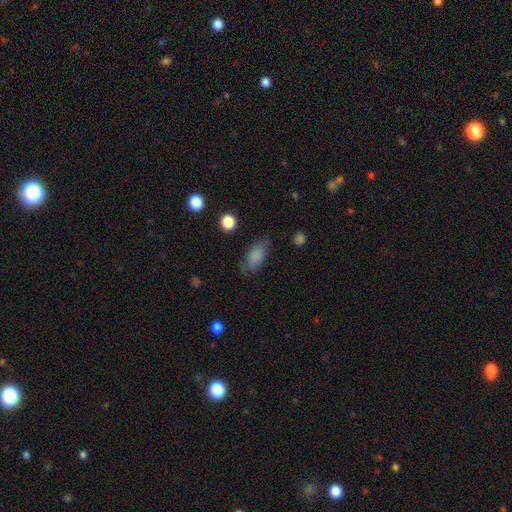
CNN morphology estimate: A smooth galaxy with no disk features (81%) that is in between round and cigar-shaped (88%). Merging: none (70%).